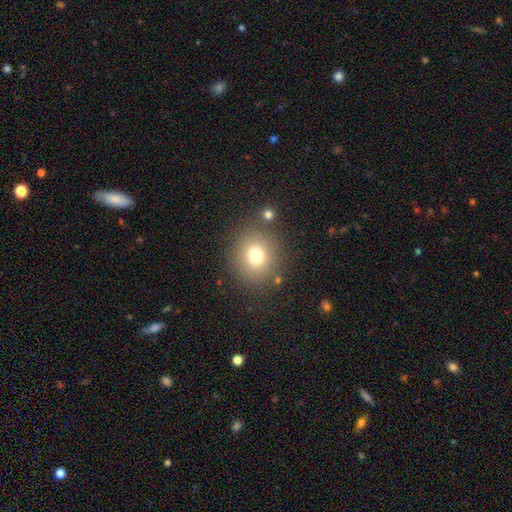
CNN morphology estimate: Q: Smooth or featured?
A: smooth (75%); runner-up: star or artifact (15%)
Q: How rounded?
A: round (85%); runner-up: in between (14%)
Q: Merging?
A: none (82%); runner-up: minor disturbance (9%)